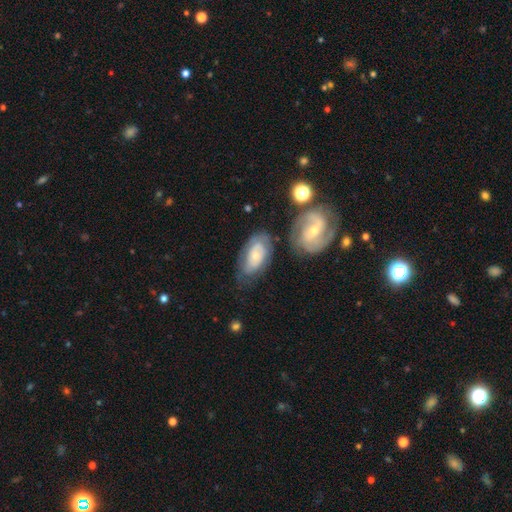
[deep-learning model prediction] Smooth or featured: featured or disk — 59% (smooth — 35%)
Edge-on disk: no — 93% (yes — 7%)
Bar: no — 77% (weak — 18%)
Spiral arms: yes — 70% (no — 30%)
Bulge size: small — 63% (moderate — 32%)
Merging: none — 58% (minor disturbance — 21%)